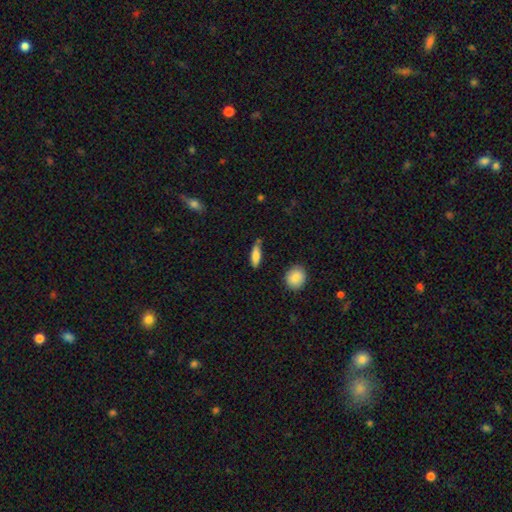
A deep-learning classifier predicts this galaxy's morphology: smooth-or-featured: smooth: 78% | featured or disk: 15% | star or artifact: 7%
  how-rounded: in between: 54% | cigar-shaped: 43% | round: 3%
  merging: none: 67% | minor disturbance: 24% | major disturbance: 5% | merger: 4%